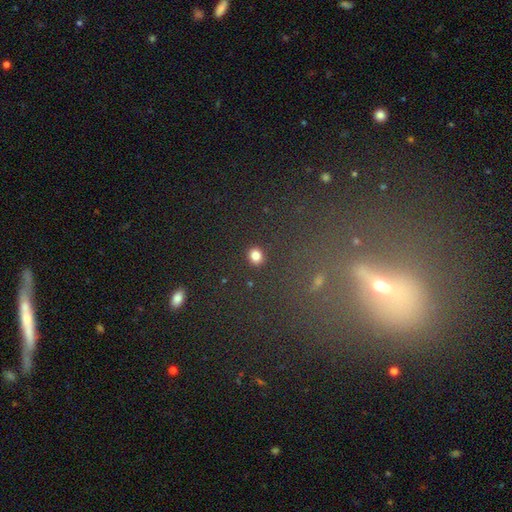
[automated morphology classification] Q: Smooth or featured?
A: smooth (82%); runner-up: star or artifact (14%)
Q: How rounded?
A: round (77%); runner-up: in between (22%)
Q: Merging?
A: none (90%); runner-up: minor disturbance (6%)